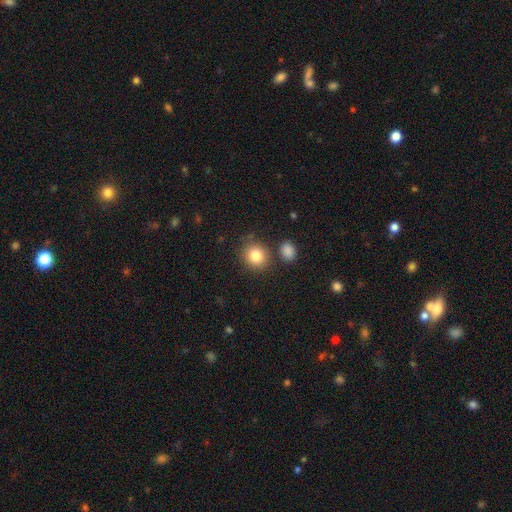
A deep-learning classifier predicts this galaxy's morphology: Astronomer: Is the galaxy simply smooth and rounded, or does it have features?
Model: smooth — 83%.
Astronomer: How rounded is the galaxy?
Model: round — 83%.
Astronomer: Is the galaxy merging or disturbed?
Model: none — 79%.